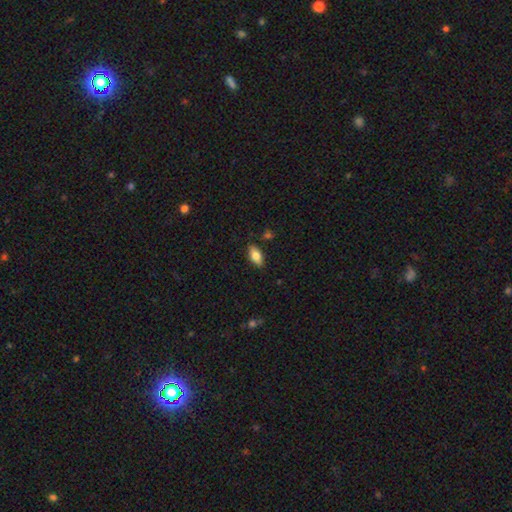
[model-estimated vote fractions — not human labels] Smooth or featured? smooth (78%)
How rounded? in between (88%)
Merging? none (85%)